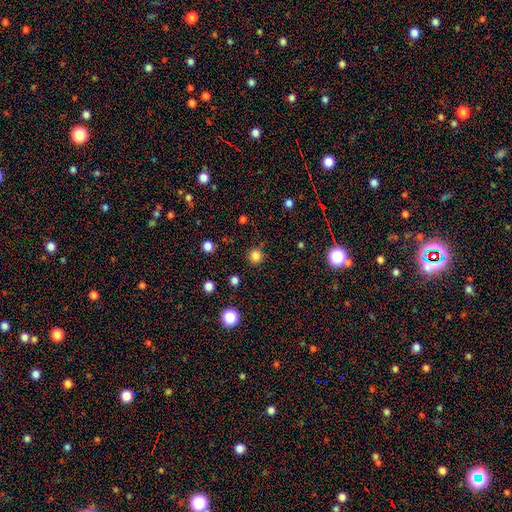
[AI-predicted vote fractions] This appears to be a smooth galaxy with no disk features (82%) that is round (94%). Merging: none (88%).